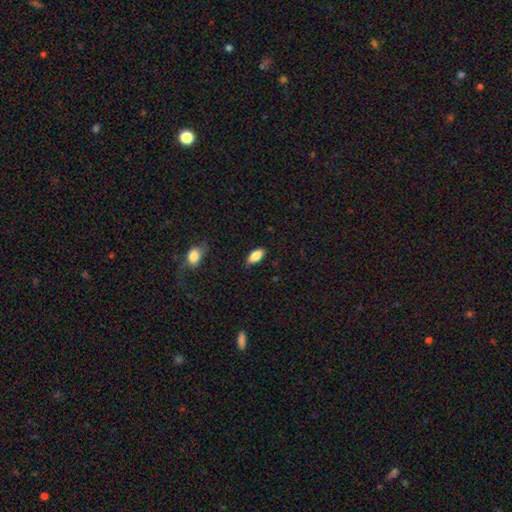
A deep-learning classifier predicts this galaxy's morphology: A smooth galaxy with no disk features (84%) that is in between round and cigar-shaped (90%). Merging: none (81%).